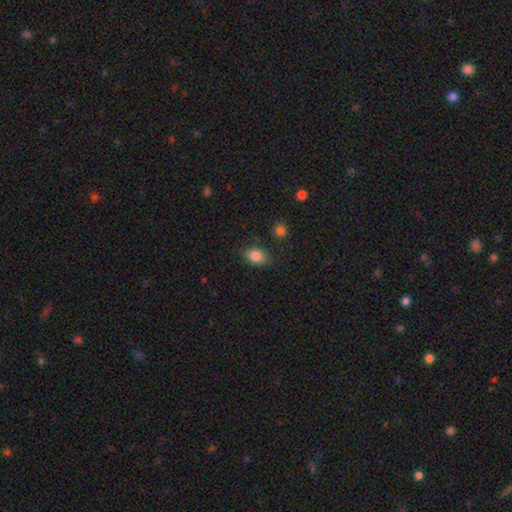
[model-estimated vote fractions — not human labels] The model was most divided on "how rounded": in between: 82%, round: 17%, cigar-shaped: 1%. More confident: smooth or featured — smooth (86%); merging — none (80%).